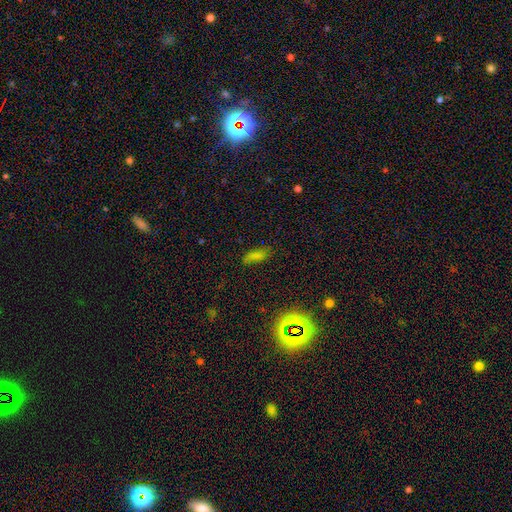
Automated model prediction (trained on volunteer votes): smooth 71%, star or artifact 19%, featured or disk 11%. Down the decision tree: how rounded — in between (71%); merging — none (64%).